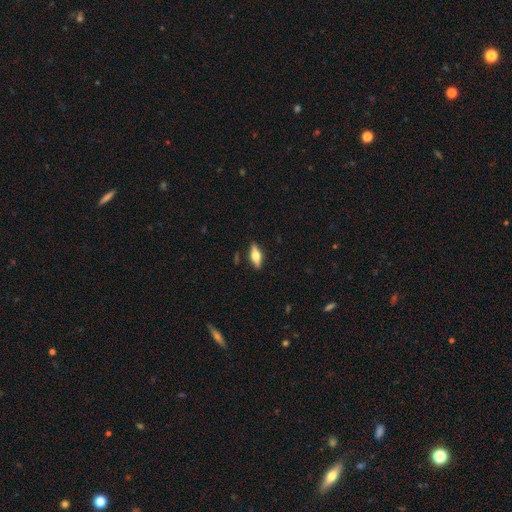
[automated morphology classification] The model was most divided on "smooth or featured": featured or disk: 53%, smooth: 39%, star or artifact: 7%. More confident: edge-on disk — yes (93%); merging — none (86%).